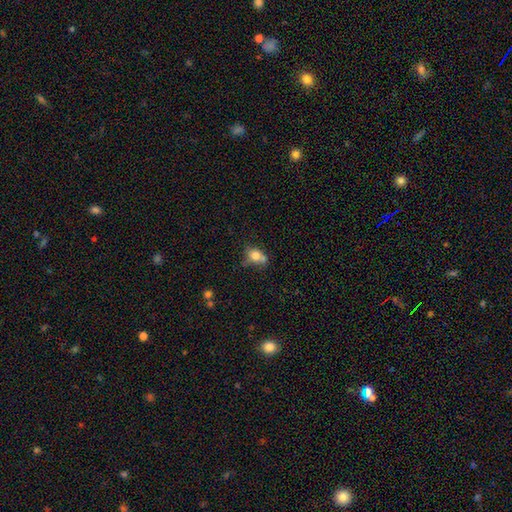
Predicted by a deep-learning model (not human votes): Overall: smooth (76%). How rounded: in between (59%; round 39%). Merging: none (40%; merger 27%).